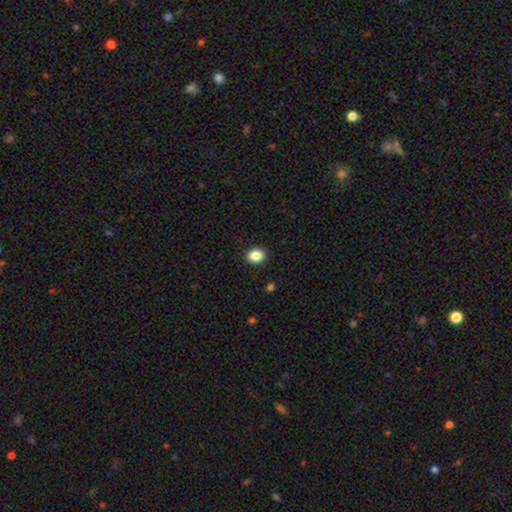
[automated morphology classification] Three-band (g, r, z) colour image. It shows a smooth galaxy with no disk features (87%) that is in between round and cigar-shaped (52%). Merging: none (91%).